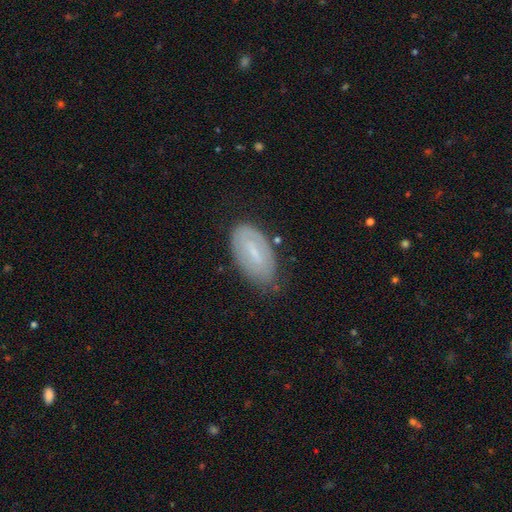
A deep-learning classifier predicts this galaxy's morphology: Q: Smooth or featured?
A: featured or disk (52%); runner-up: smooth (42%)
Q: Edge-on disk?
A: no (91%); runner-up: yes (9%)
Q: Merging?
A: none (66%); runner-up: minor disturbance (25%)